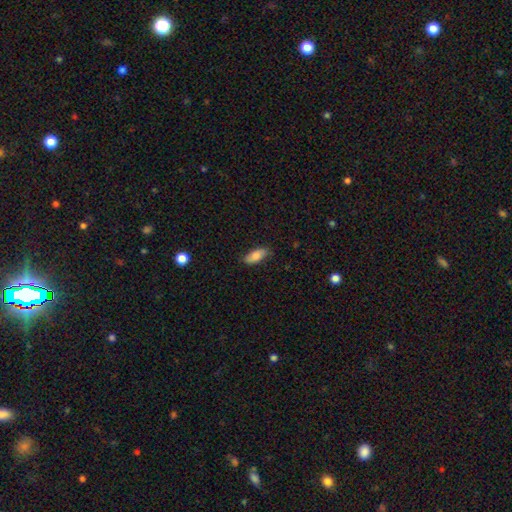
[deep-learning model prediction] smooth_or_featured: smooth (p=0.79) [alt: featured or disk p=0.15]
how_rounded: in between (p=0.85) [alt: cigar-shaped p=0.13]
merging: none (p=0.81) [alt: minor disturbance p=0.15]